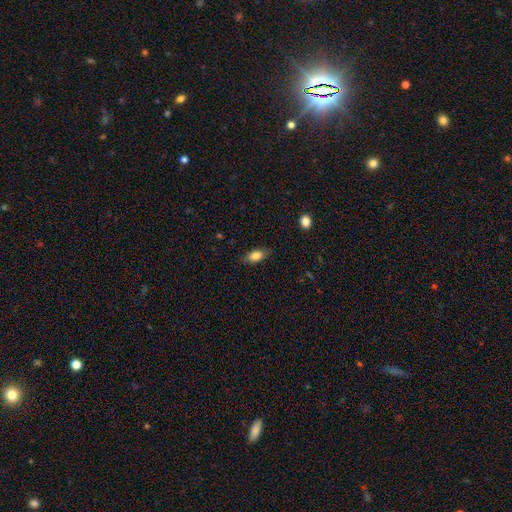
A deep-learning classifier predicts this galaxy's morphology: A smooth galaxy with no disk features (82%) that is in between round and cigar-shaped (85%).

Vote fractions:
- Smooth or featured? smooth: 82% / featured or disk: 10% / star or artifact: 8%
- How rounded? in between: 85% / cigar-shaped: 9% / round: 6%
- Merging? none: 82% / minor disturbance: 13% / major disturbance: 3% / merger: 1%